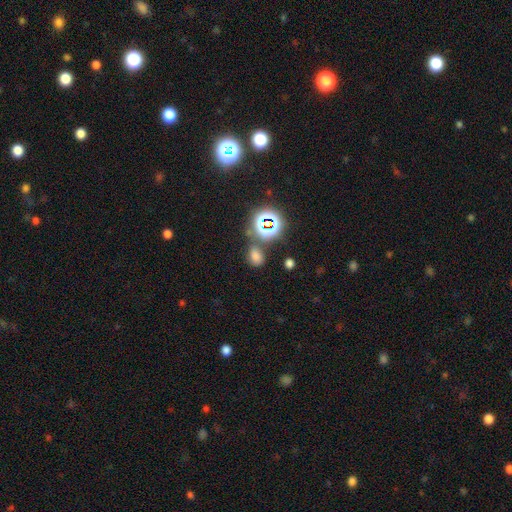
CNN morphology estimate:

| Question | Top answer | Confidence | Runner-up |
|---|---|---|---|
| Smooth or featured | smooth | 64% | star or artifact (30%) |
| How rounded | in between | 71% | round (28%) |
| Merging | none | 67% | minor disturbance (15%) |